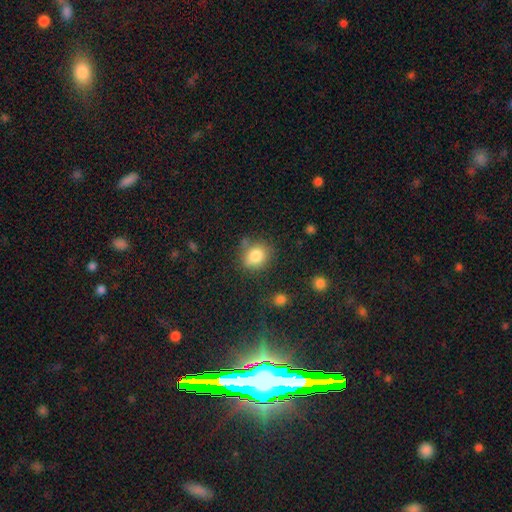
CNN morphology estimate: A smooth galaxy with no disk features (82%) that is round (63%).

Vote fractions:
- Smooth or featured? smooth: 82% / star or artifact: 10% / featured or disk: 8%
- How rounded? round: 63% / in between: 36% / cigar-shaped: 1%
- Merging? none: 69% / minor disturbance: 18% / merger: 8% / major disturbance: 5%